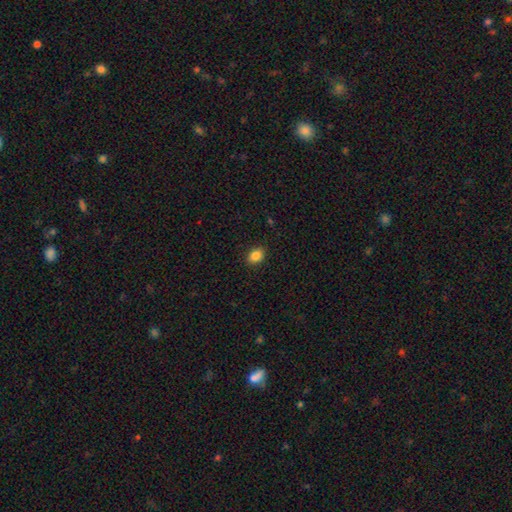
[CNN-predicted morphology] This appears to be a smooth galaxy with no disk features (86%) that is in between round and cigar-shaped (72%). Merging: none (89%).